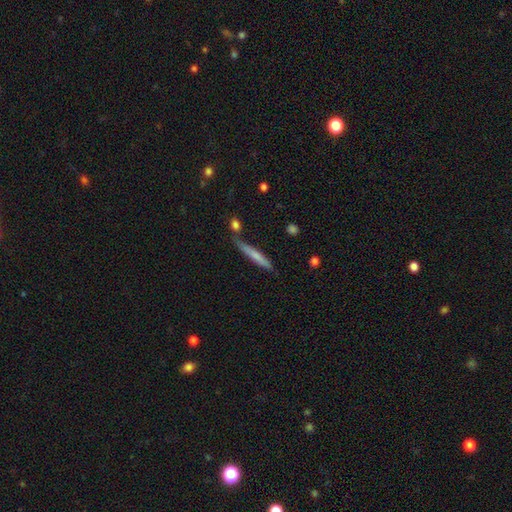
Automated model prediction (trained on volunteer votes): Overall: smooth (63%; featured or disk 31%). How rounded: cigar-shaped (94%). Merging: none (69%).